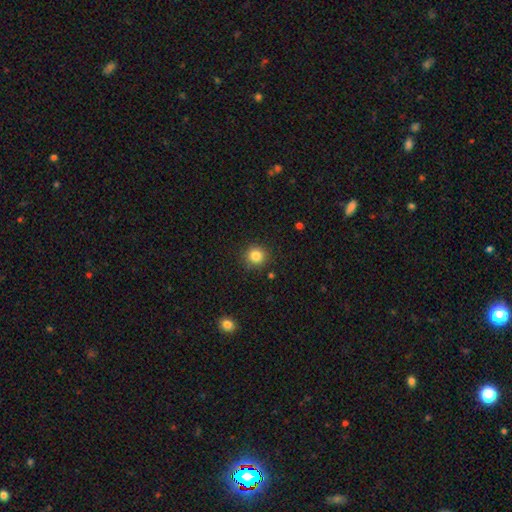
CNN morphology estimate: smooth_or_featured: smooth (p=0.84) [alt: star or artifact p=0.11]
how_rounded: round (p=0.92) [alt: in between p=0.07]
merging: none (p=0.88) [alt: minor disturbance p=0.08]